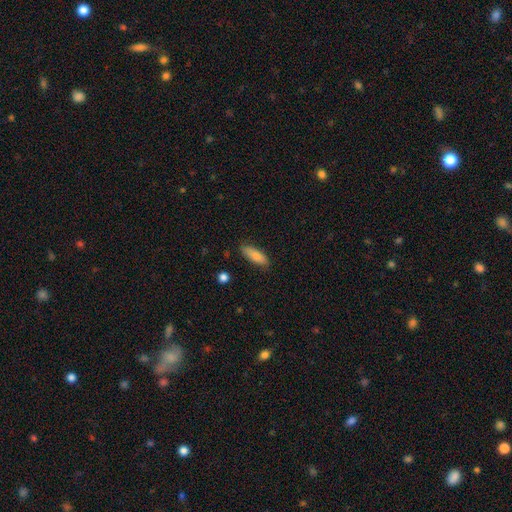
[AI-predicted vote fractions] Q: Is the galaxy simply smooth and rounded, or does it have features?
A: smooth — 84%.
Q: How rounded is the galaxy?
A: in between — 61%.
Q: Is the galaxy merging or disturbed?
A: none — 83%.